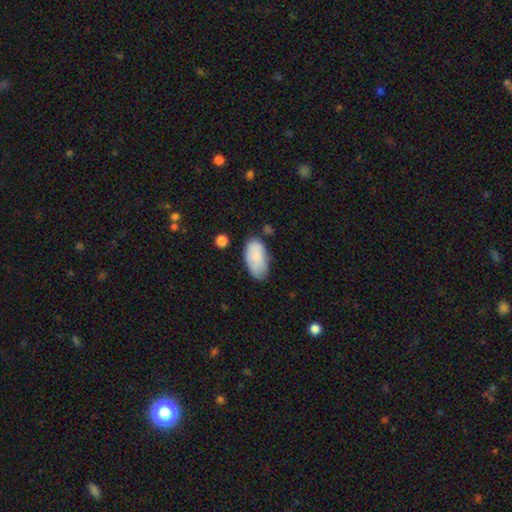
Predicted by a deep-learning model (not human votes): Smooth or featured? smooth (84%)
How rounded? in between (95%)
Merging? none (62%)